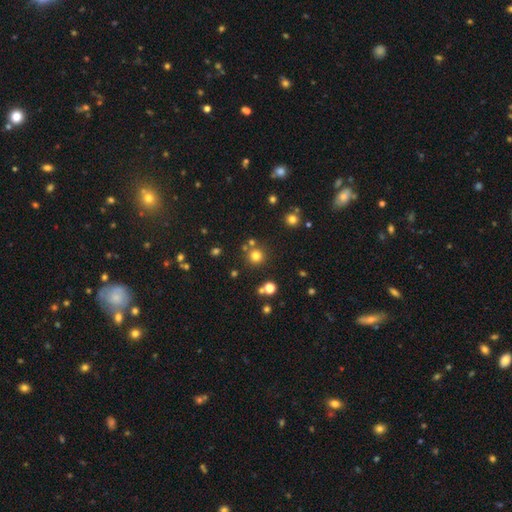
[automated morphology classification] smooth 76%, star or artifact 18%, featured or disk 6%. Down the decision tree: how rounded — round (94%); merging — none (81%).